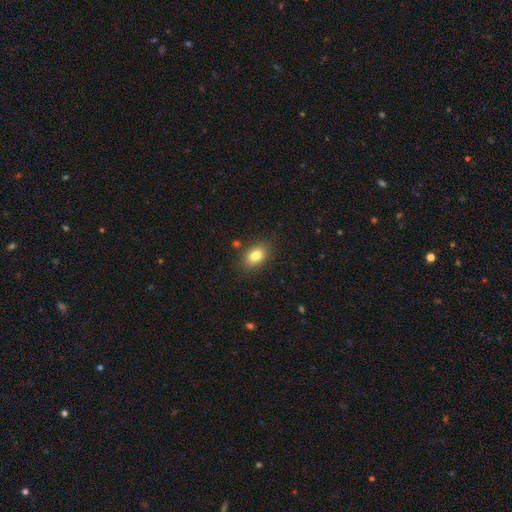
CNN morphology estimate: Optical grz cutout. It shows a smooth galaxy with no disk features (82%) that is in between round and cigar-shaped (78%). Merging: none (85%).